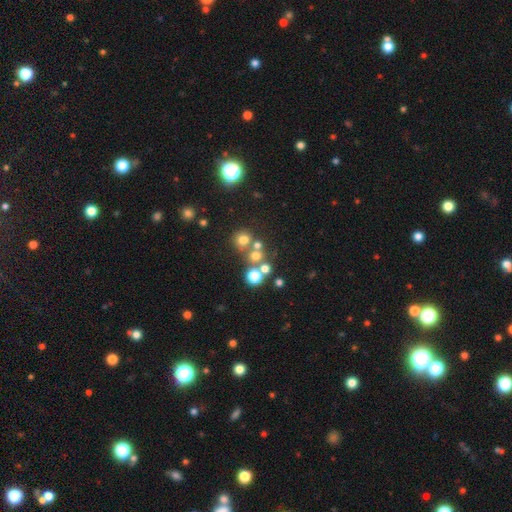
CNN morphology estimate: Q: Smooth or featured?
A: smooth (58%); runner-up: star or artifact (24%)
Q: How rounded?
A: round (87%); runner-up: in between (12%)
Q: Merging?
A: none (56%); runner-up: merger (31%)